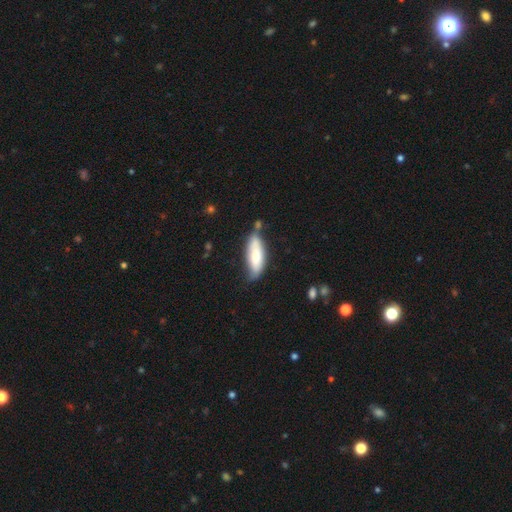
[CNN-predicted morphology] Smooth or featured?
  - smooth: 71% *
  - featured or disk: 24%
  - star or artifact: 6%
How rounded?
  - in between: 63% *
  - cigar-shaped: 35%
  - round: 2%
Merging?
  - none: 58% *
  - minor disturbance: 28%
  - merger: 8%
  - major disturbance: 6%